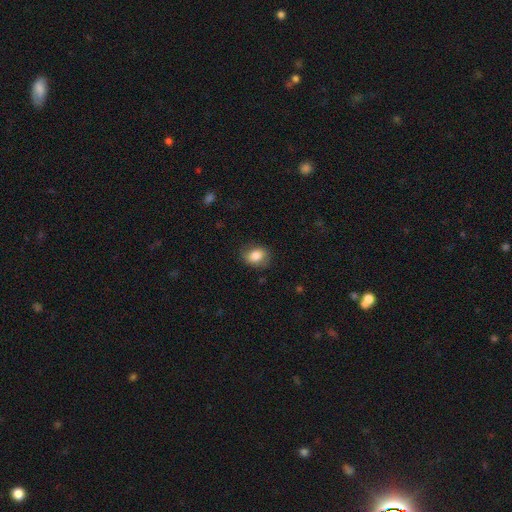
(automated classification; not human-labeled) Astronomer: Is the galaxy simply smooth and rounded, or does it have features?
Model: smooth — 80%.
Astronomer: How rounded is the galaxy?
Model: in between — 61% (runner-up: round, 38%).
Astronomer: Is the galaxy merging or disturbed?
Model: none — 77%.